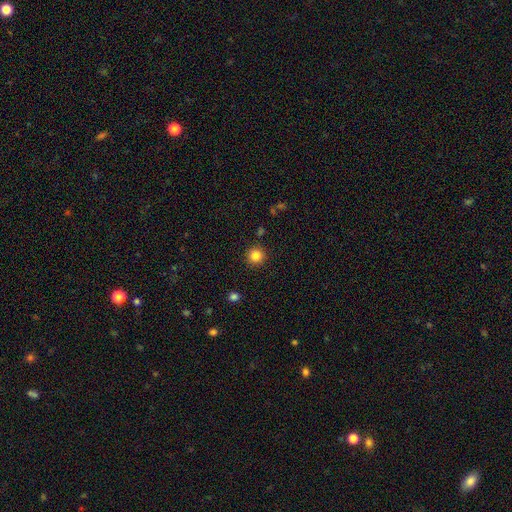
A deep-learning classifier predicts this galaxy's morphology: This is clearly a smooth galaxy (84%). How rounded: clearly round (95%). Merging: clearly none (91%).